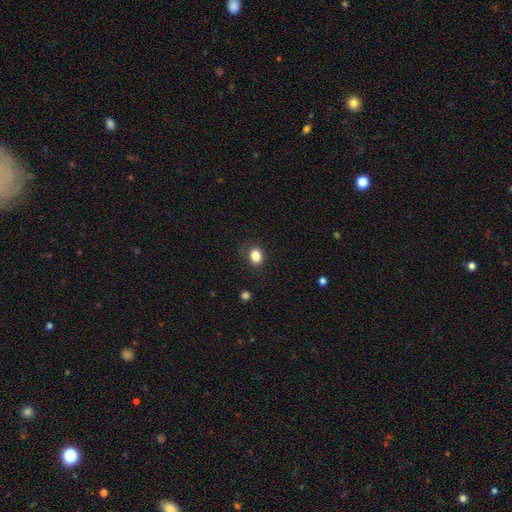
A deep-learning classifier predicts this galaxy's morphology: Overall: smooth (84%). How rounded: round (53%; in between 46%). Merging: none (79%).